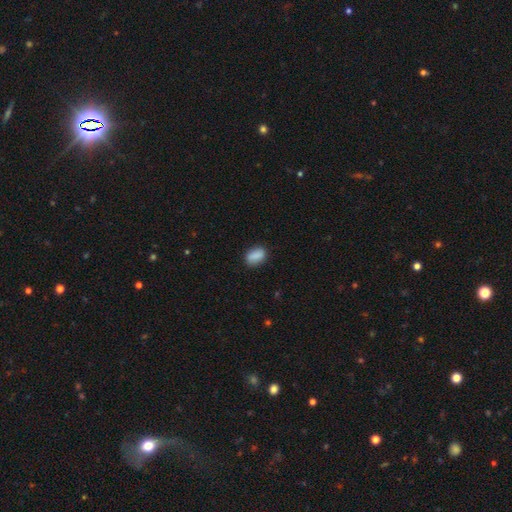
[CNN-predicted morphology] smooth-or-featured: smooth: 87% | star or artifact: 8% | featured or disk: 5%
  how-rounded: in between: 82% | round: 15% | cigar-shaped: 3%
  merging: none: 84% | minor disturbance: 12% | major disturbance: 3% | merger: 1%